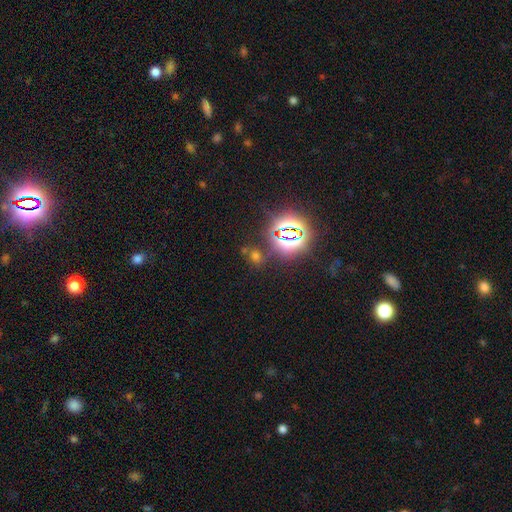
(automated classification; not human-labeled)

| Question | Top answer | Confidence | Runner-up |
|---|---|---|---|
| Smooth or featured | star or artifact | 56% | smooth (36%) |